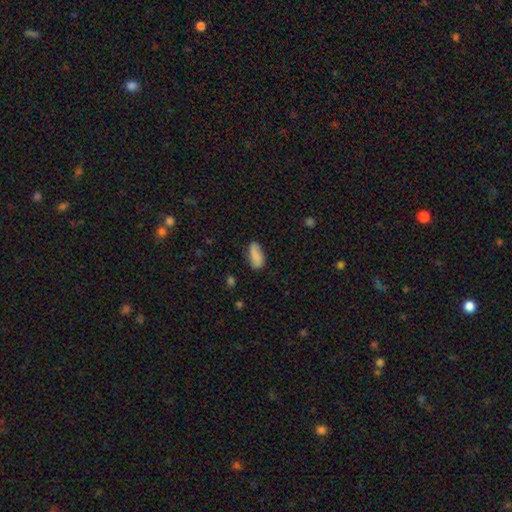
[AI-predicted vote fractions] Overall: smooth (82%). How rounded: in between (85%). Merging: none (72%).